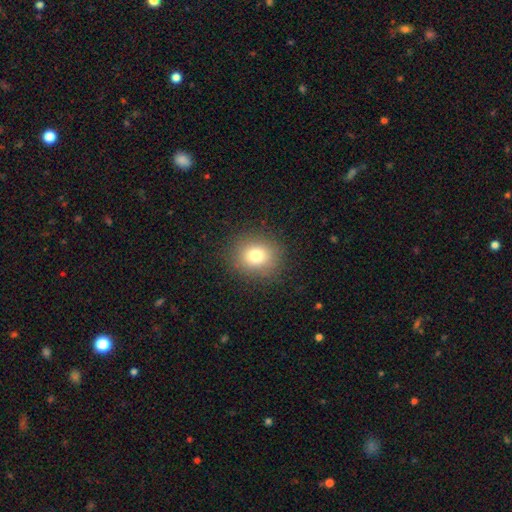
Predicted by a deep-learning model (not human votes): A smooth galaxy with no disk features (77%) that is round (74%).

Vote fractions:
- Smooth or featured? smooth: 77% / star or artifact: 13% / featured or disk: 10%
- How rounded? round: 74% / in between: 25% / cigar-shaped: 1%
- Merging? none: 87% / minor disturbance: 8% / major disturbance: 4% / merger: 1%